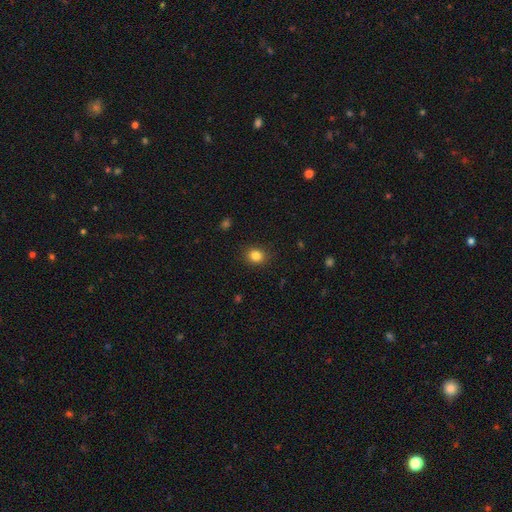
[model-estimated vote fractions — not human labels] smooth-or-featured: smooth: 84% | star or artifact: 11% | featured or disk: 5%
  how-rounded: round: 74% | in between: 25% | cigar-shaped: 1%
  merging: none: 88% | minor disturbance: 8% | major disturbance: 3% | merger: 1%